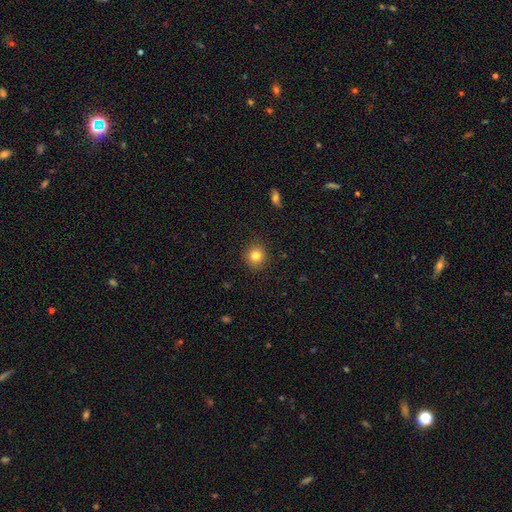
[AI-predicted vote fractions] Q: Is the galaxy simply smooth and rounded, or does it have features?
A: smooth — 82%.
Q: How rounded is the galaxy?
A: round — 91%.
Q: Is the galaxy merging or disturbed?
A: none — 90%.